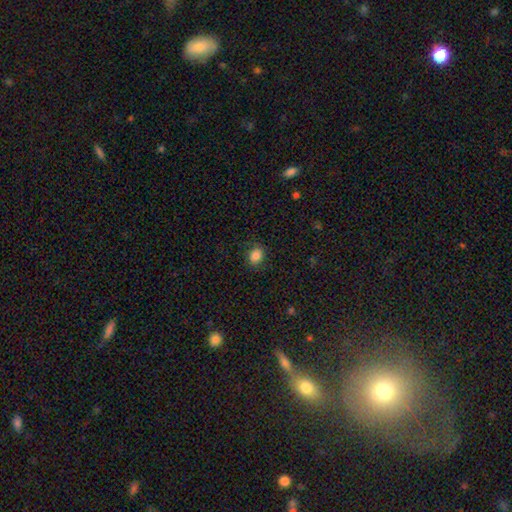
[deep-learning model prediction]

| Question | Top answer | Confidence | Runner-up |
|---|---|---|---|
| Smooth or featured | smooth | 85% | star or artifact (10%) |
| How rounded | round | 51% | in between (48%) |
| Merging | none | 84% | minor disturbance (12%) |